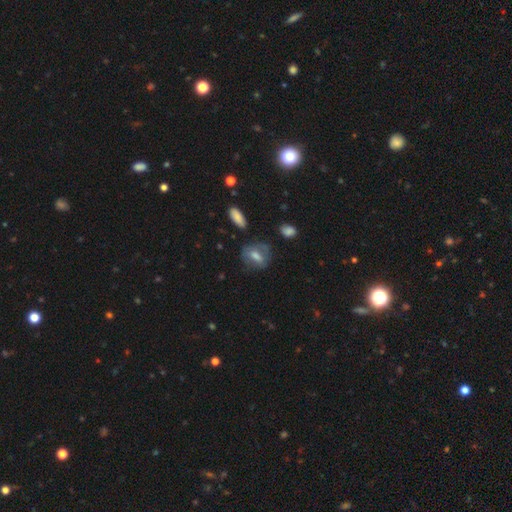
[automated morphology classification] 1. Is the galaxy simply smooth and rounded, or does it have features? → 56% smooth, 34% featured or disk, 9% star or artifact.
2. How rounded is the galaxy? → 63% in between, 32% round, 5% cigar-shaped.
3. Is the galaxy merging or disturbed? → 61% none, 22% minor disturbance, 13% major disturbance, 4% merger.